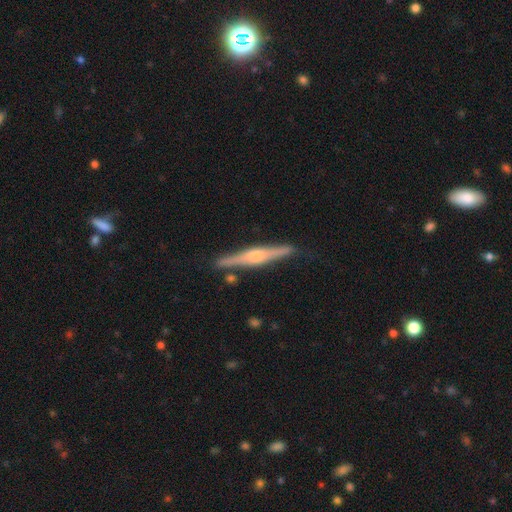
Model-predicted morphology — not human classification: This appears to be a featured or disk galaxy (78%) viewed edge-on (98%) with a rounded central bulge (76%). Merging: none (85%).